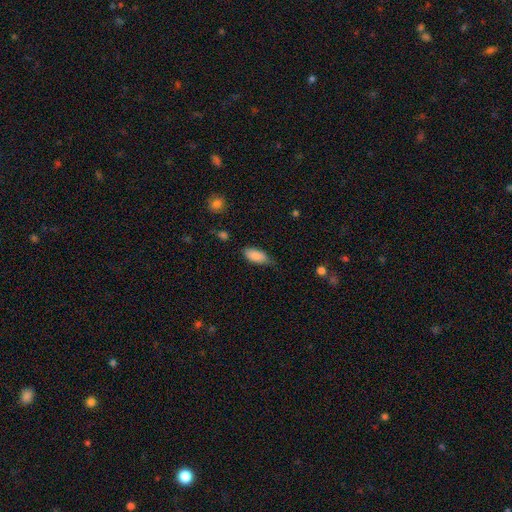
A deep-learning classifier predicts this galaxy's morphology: A smooth galaxy with no disk features (88%) that is in between round and cigar-shaped (87%). Merging: none (65%).